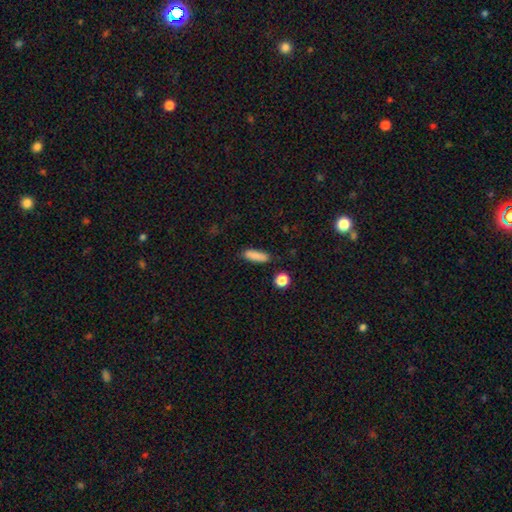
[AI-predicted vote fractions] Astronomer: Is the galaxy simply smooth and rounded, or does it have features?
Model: smooth — 87%.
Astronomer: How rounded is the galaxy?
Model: in between — 50% (runner-up: cigar-shaped, 47%).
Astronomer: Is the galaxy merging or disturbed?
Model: none — 85%.